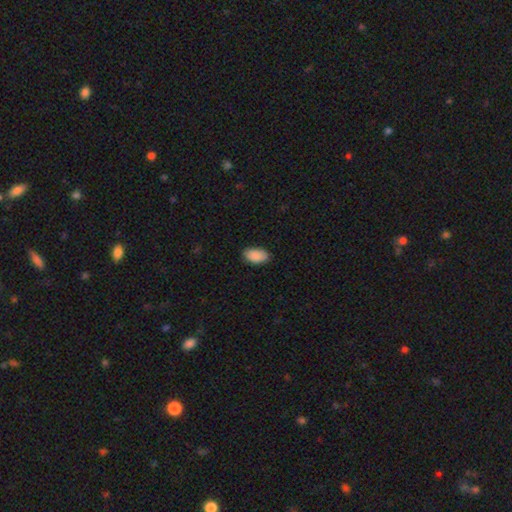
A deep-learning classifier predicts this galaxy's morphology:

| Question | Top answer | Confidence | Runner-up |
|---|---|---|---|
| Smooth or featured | smooth | 90% | star or artifact (6%) |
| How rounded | in between | 94% | round (4%) |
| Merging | none | 86% | minor disturbance (11%) |